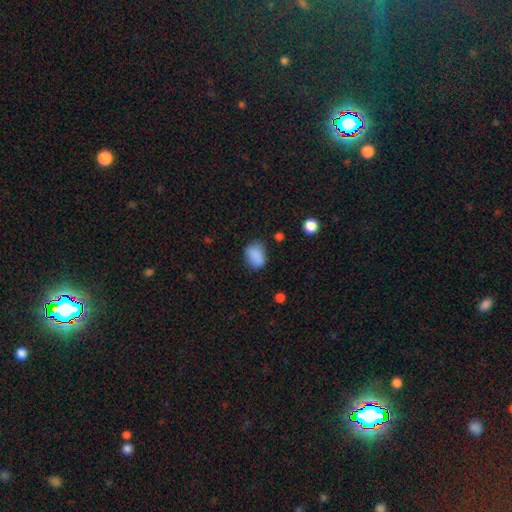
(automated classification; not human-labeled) Smooth or featured? smooth (86%)
How rounded? in between (73%)
Merging? none (72%)